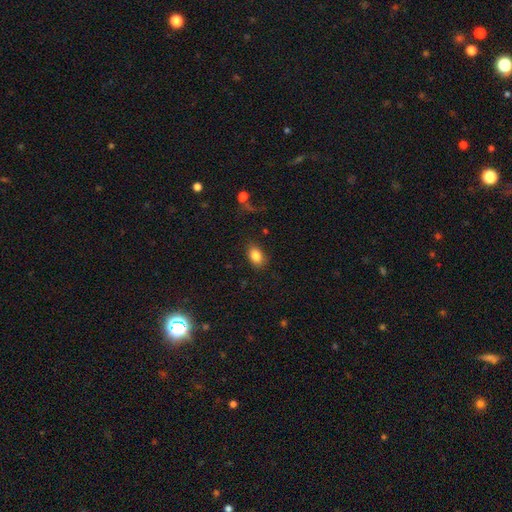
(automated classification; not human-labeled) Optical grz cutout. It shows a smooth galaxy with no disk features (84%) that is in between round and cigar-shaped (82%). Merging: none (81%).